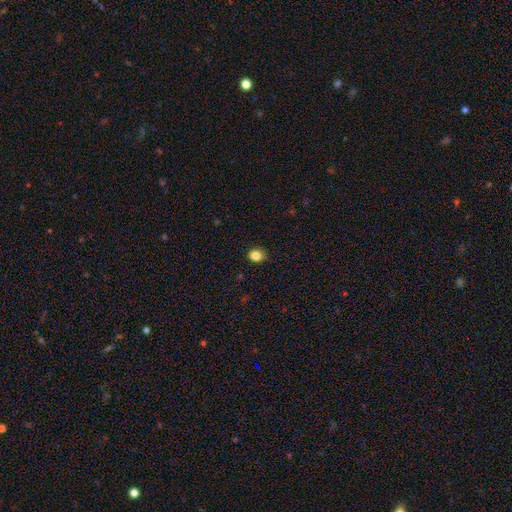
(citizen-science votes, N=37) Smooth or featured: smooth — 89% (star or artifact — 8%)
How rounded: round — 61% (in between — 39%)
Merging: none — 71% (minor disturbance — 26%)